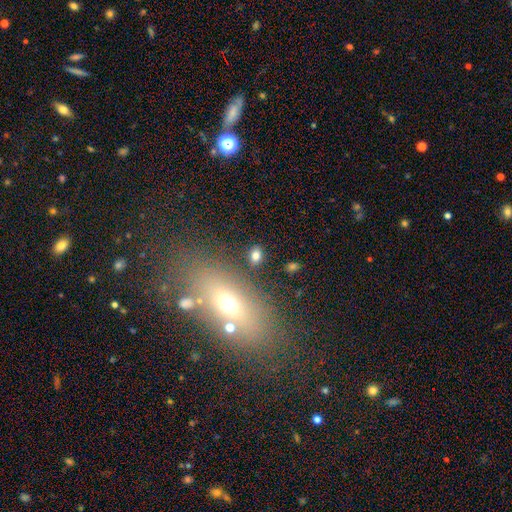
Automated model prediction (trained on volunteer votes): Smooth or featured: smooth — 76% (star or artifact — 14%)
How rounded: in between — 64% (round — 33%)
Merging: none — 82% (minor disturbance — 9%)